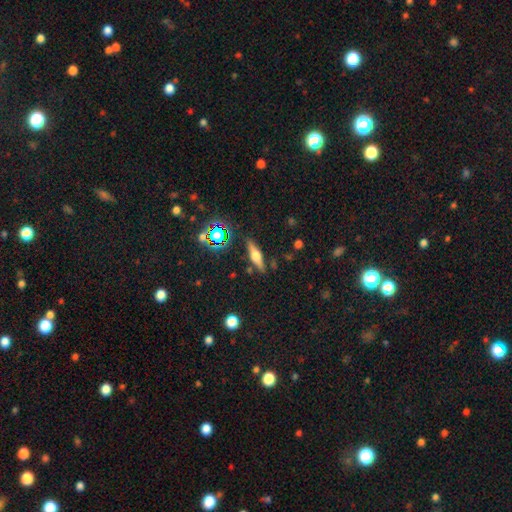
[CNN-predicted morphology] smooth_or_featured: featured or disk (p=0.54) [alt: smooth p=0.34]
disk_edge_on: yes (p=0.94) [alt: no p=0.06]
edge_on_bulge: rounded (p=0.90) [alt: boxy p=0.07]
merging: none (p=0.84) [alt: minor disturbance p=0.10]